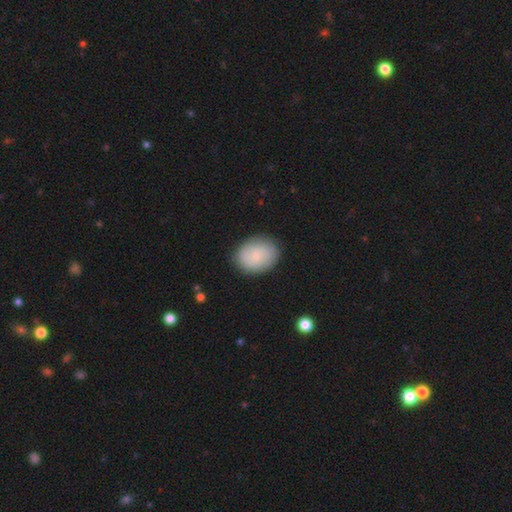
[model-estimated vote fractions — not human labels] Smooth or featured? smooth (54%)
How rounded? in between (50%)
Merging? none (84%)